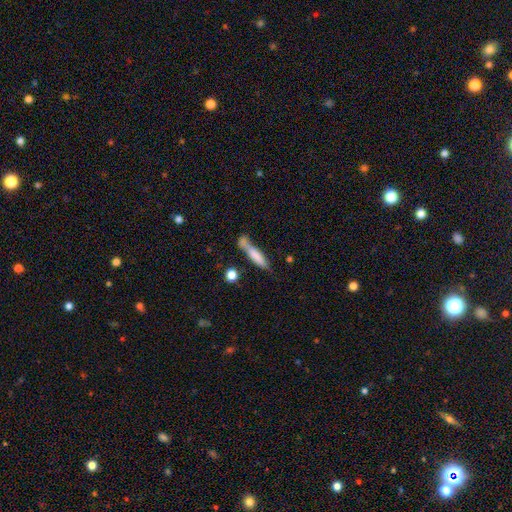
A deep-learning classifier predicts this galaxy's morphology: A smooth galaxy with no disk features (69%) that is cigar-shaped (84%). Merging: none (47%).